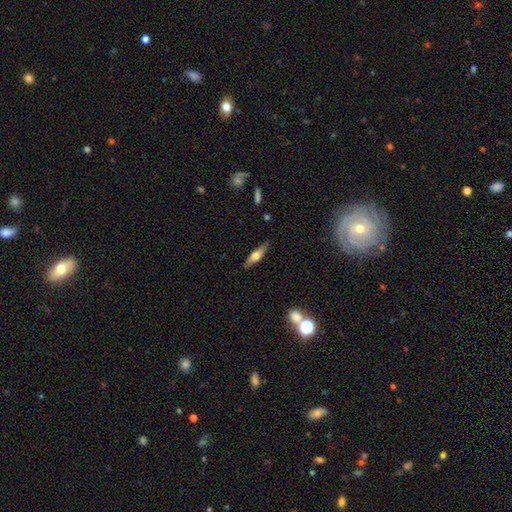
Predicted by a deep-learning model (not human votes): smooth_or_featured: smooth (p=0.56) [alt: featured or disk p=0.37]
how_rounded: cigar-shaped (p=0.59) [alt: in between p=0.38]
merging: none (p=0.83) [alt: minor disturbance p=0.13]